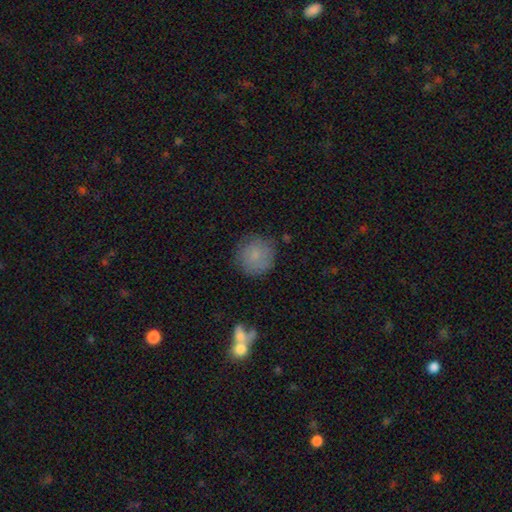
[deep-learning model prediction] smooth 78%, featured or disk 14%, star or artifact 9%. Down the decision tree: how rounded — round (93%); merging — none (78%).